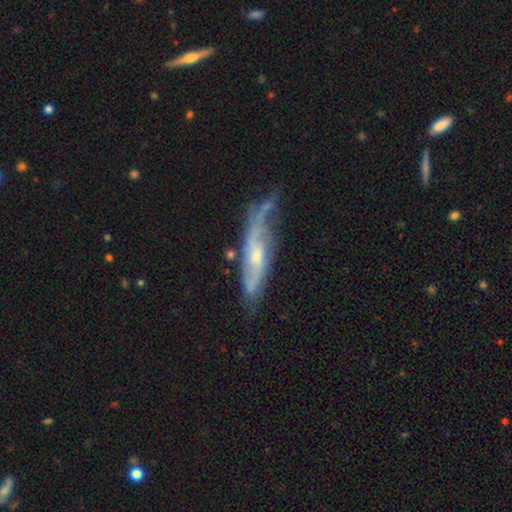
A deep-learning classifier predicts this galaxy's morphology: Smooth or featured: featured or disk — 75% (smooth — 19%)
Edge-on disk: no — 70% (yes — 30%)
Bar: no — 62% (weak — 31%)
Spiral arms: yes — 84% (no — 16%)
Bulge size: small — 62% (moderate — 33%)
Merging: none — 46% (minor disturbance — 30%)